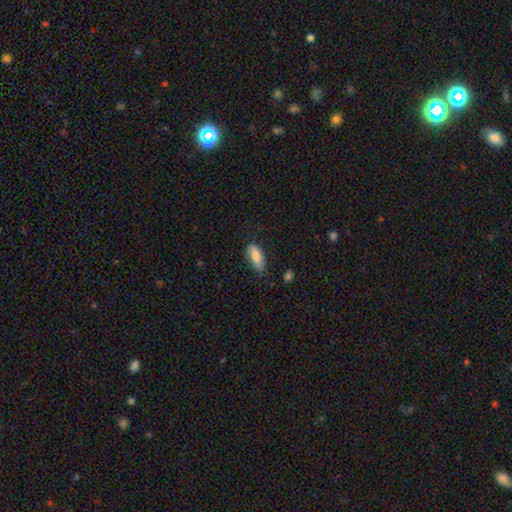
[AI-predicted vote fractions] Morphology: type=smooth (77%); roundness=in between (79%); merging=none (69%).